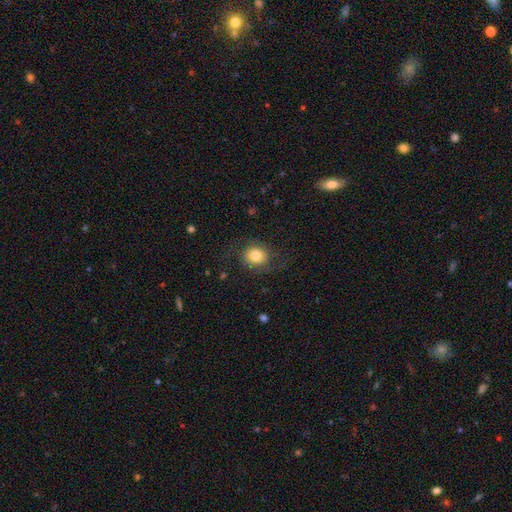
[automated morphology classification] Overall: smooth (63%; featured or disk 27%). How rounded: round (74%). Merging: none (69%).